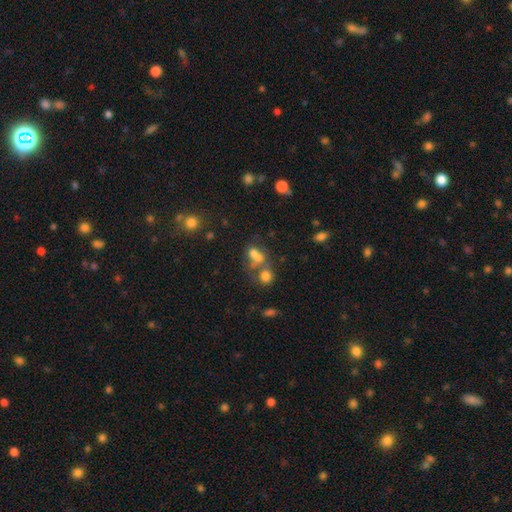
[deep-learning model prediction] Smooth or featured: smooth — 64% (star or artifact — 19%)
How rounded: in between — 69% (round — 27%)
Merging: merger — 49% (none — 28%)